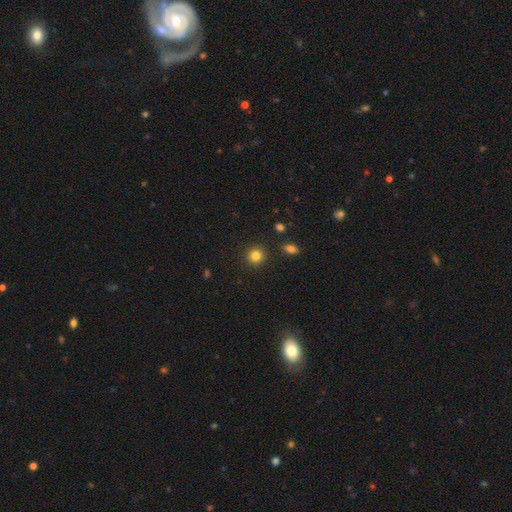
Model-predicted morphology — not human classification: The model was most divided on "smooth or featured": smooth: 83%, star or artifact: 11%, featured or disk: 5%. More confident: how rounded — round (92%); merging — none (91%).